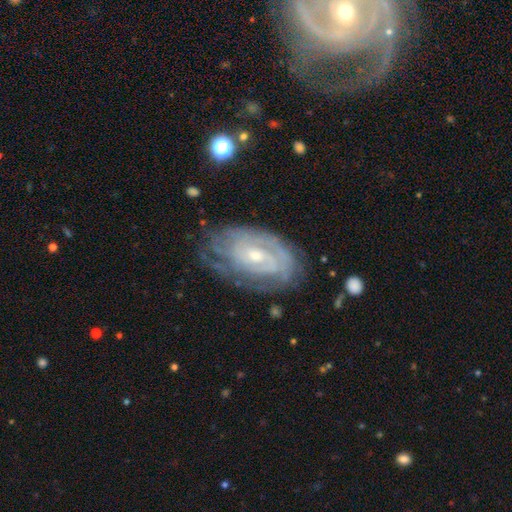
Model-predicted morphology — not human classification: featured or disk 84%, smooth 10%, star or artifact 6%. Down the decision tree: edge-on disk — no (95%); bar — no (60%); spiral arms — yes (91%); spiral arm count — can't tell (46%); spiral winding — tight (75%); bulge size — small (58%); merging — none (69%).